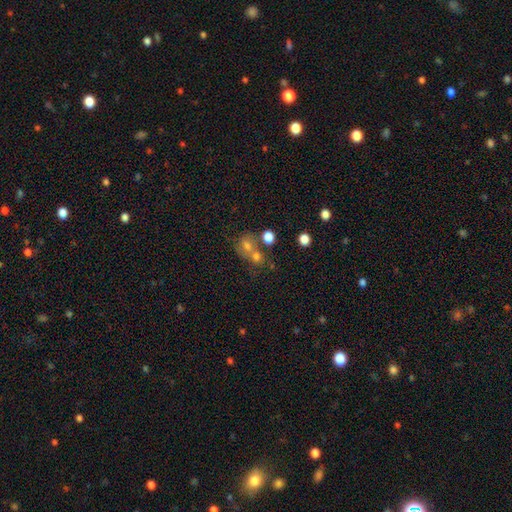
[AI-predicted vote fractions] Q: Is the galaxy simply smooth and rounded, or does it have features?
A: smooth — 48%.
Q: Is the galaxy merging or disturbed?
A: none — 44%.